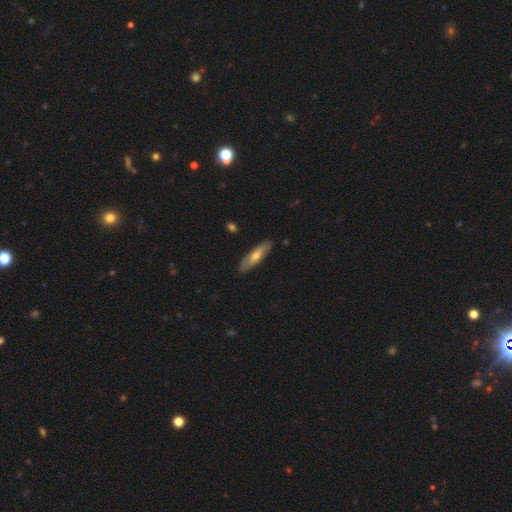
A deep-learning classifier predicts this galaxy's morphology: Q: Smooth or featured?
A: smooth (48%); runner-up: featured or disk (46%)
Q: Merging?
A: none (87%); runner-up: minor disturbance (10%)